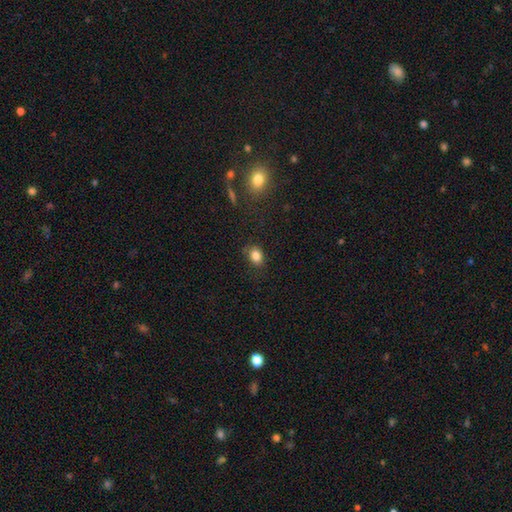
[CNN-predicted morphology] A smooth galaxy with no disk features (83%) that is in between round and cigar-shaped (64%).

Vote fractions:
- Smooth or featured? smooth: 83% / star or artifact: 11% / featured or disk: 6%
- How rounded? in between: 64% / round: 35% / cigar-shaped: 1%
- Merging? none: 78% / minor disturbance: 16% / major disturbance: 4% / merger: 2%